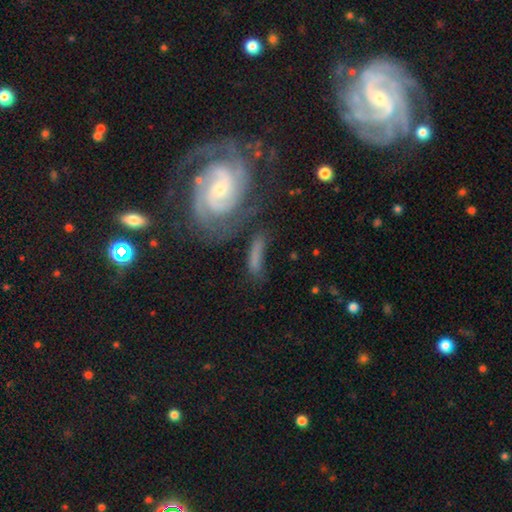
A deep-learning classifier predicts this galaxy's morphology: Smooth or featured: featured or disk — 64% (smooth — 26%)
Edge-on disk: no — 90% (yes — 10%)
Bar: no — 45% (weak — 37%)
Spiral arms: yes — 90% (no — 10%)
Spiral winding: tight — 49% (medium — 36%)
Spiral arm count: 2 — 69% (can't tell — 13%)
Bulge size: small — 66% (moderate — 25%)
Merging: none — 56% (minor disturbance — 19%)